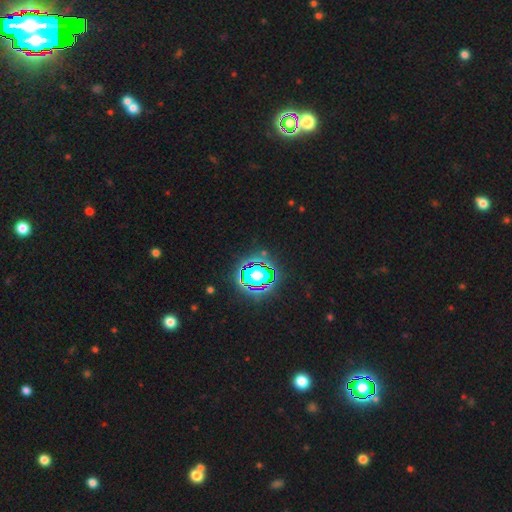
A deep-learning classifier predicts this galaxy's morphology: smooth_or_featured: star or artifact (p=0.82) [alt: smooth p=0.11]